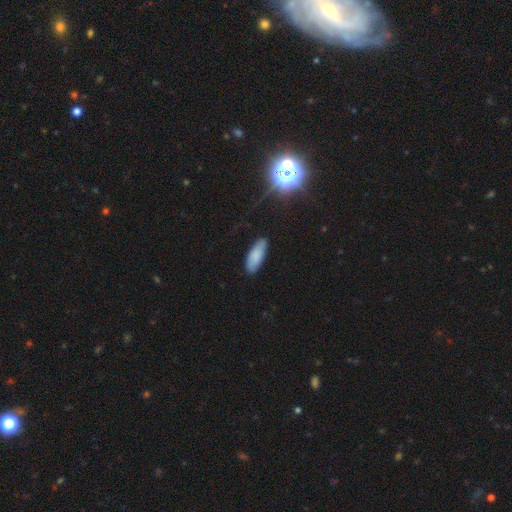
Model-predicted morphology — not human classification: This appears to be a smooth galaxy with no disk features (83%) that is in between round and cigar-shaped (72%). Merging: none (80%).